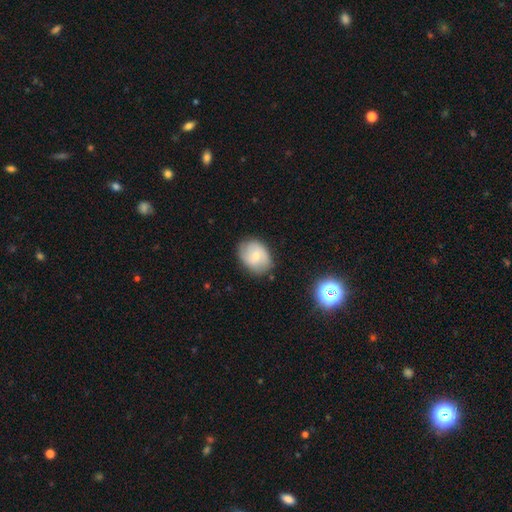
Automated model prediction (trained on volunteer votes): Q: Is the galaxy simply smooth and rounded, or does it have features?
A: smooth — 53%.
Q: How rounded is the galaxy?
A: in between — 55%.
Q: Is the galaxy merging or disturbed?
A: none — 74%.